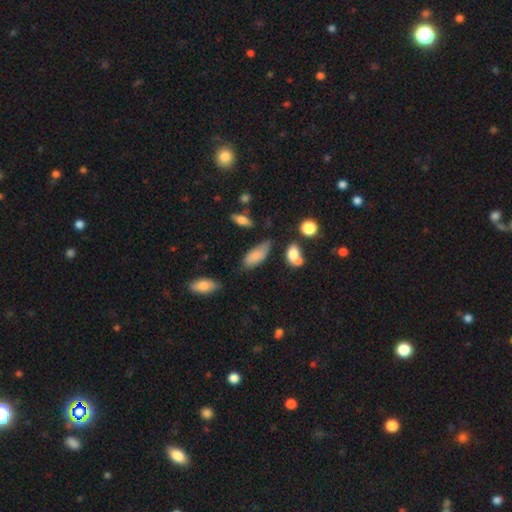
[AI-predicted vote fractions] Smooth or featured: smooth — 79% (featured or disk — 12%)
How rounded: in between — 86% (cigar-shaped — 11%)
Merging: none — 49% (minor disturbance — 34%)